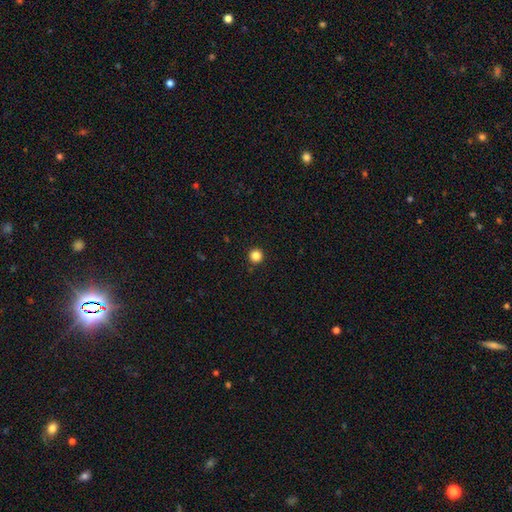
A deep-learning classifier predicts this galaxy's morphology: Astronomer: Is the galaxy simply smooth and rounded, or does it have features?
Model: smooth — 84%.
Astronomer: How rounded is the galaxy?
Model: round — 96%.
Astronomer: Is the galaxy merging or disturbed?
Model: none — 93%.